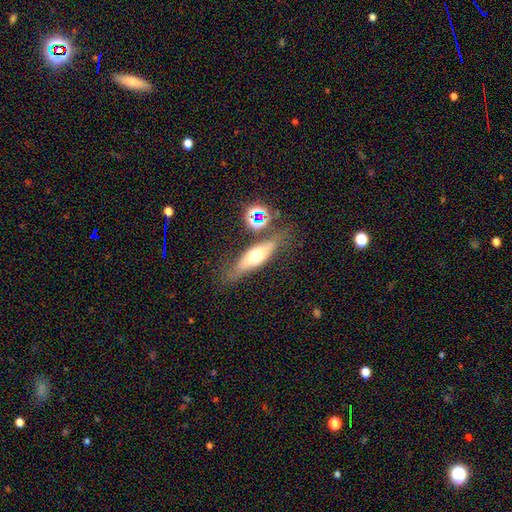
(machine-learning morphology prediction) Smooth or featured? featured or disk (45%)
Merging? none (72%)